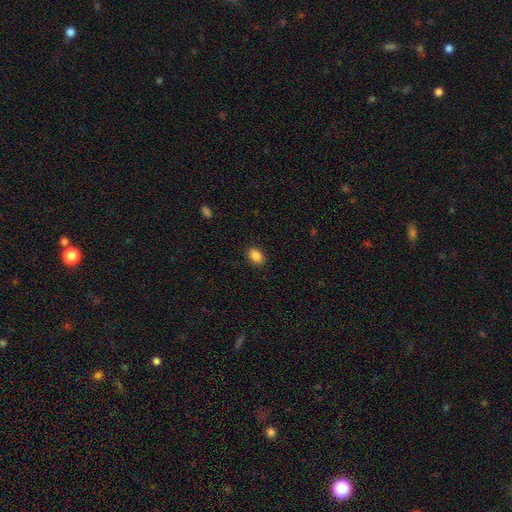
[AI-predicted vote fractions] A smooth galaxy with no disk features (88%) that is in between round and cigar-shaped (83%). Merging: none (89%).